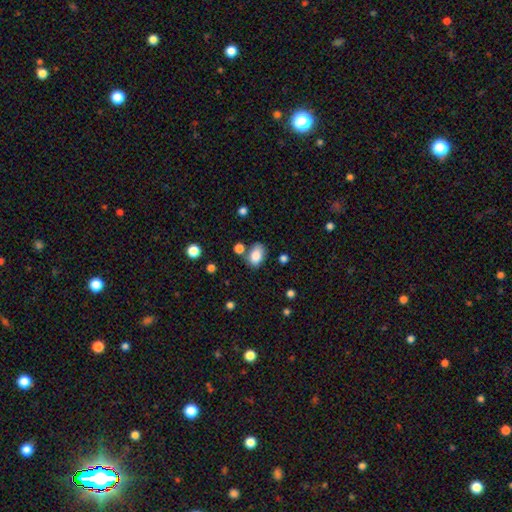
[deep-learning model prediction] smooth_or_featured: smooth (p=0.83) [alt: star or artifact p=0.09]
how_rounded: in between (p=0.84) [alt: round p=0.15]
merging: none (p=0.71) [alt: minor disturbance p=0.16]